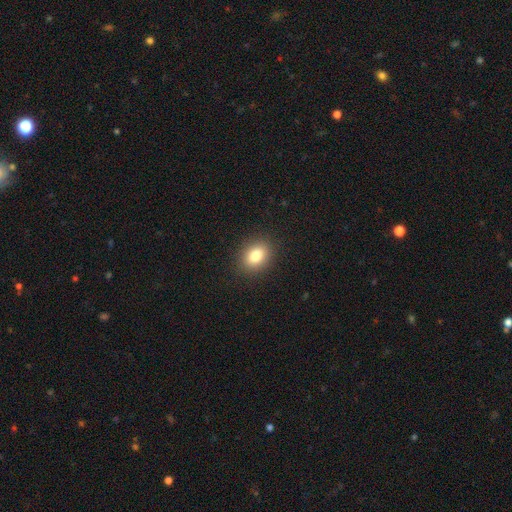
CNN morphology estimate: smooth-or-featured: smooth: 82% | star or artifact: 10% | featured or disk: 8%
  how-rounded: in between: 59% | round: 40% | cigar-shaped: 1%
  merging: none: 89% | minor disturbance: 7% | major disturbance: 2% | merger: 1%